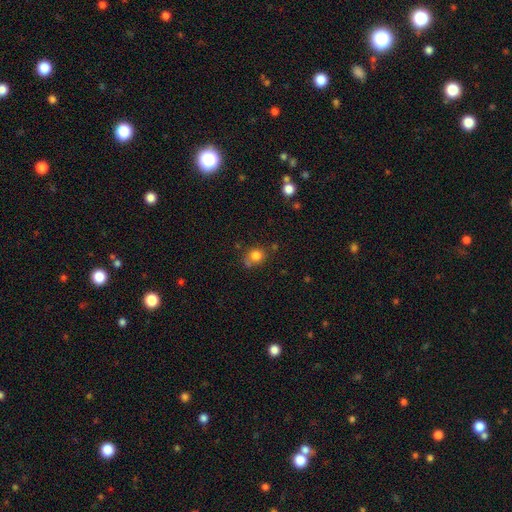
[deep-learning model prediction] smooth 81%, star or artifact 12%, featured or disk 7%. Down the decision tree: how rounded — round (73%); merging — none (62%).